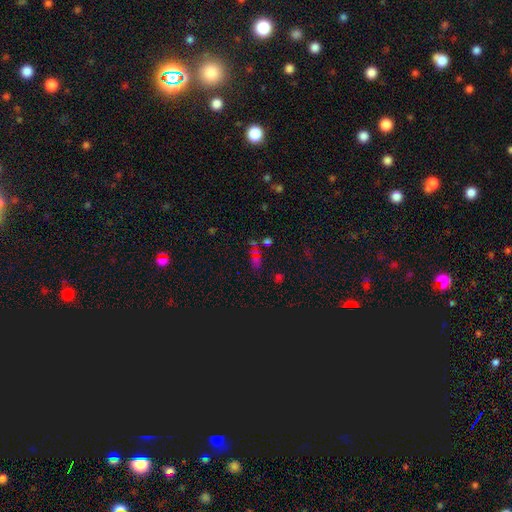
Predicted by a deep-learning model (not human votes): A star or artifact, not a galaxy (52%).

Vote fractions:
- Smooth or featured? star or artifact: 52% / smooth: 38% / featured or disk: 10%